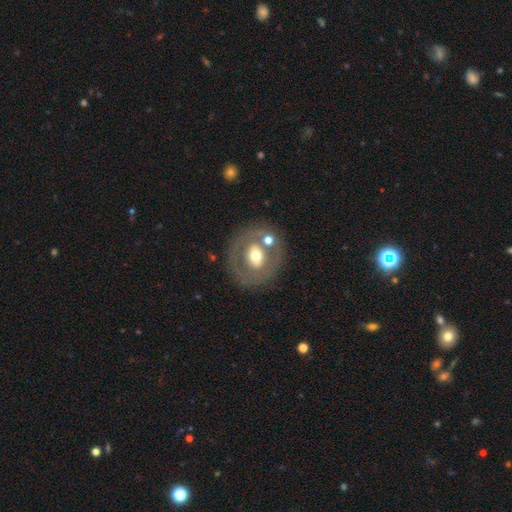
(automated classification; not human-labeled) The model was most divided on "smooth or featured": featured or disk: 51%, smooth: 42%, star or artifact: 8%. More confident: edge-on disk — no (93%); merging — none (72%).